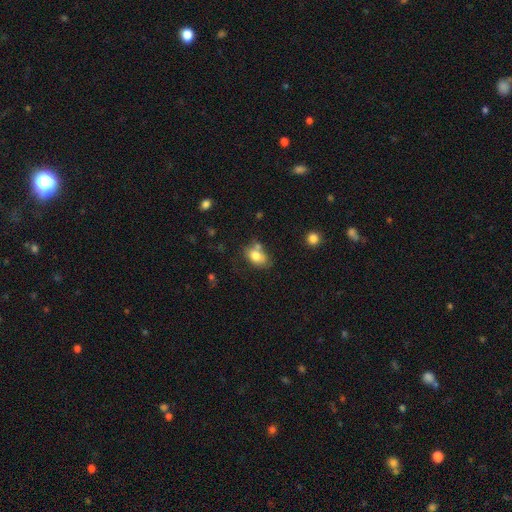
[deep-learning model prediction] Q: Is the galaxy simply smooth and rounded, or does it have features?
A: smooth — 76%.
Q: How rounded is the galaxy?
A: in between — 80%.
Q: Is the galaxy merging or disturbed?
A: none — 47%.